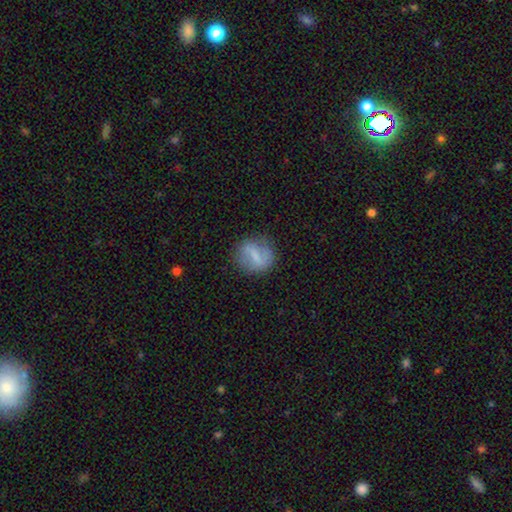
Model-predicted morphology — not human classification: A smooth galaxy with no disk features (46%).

Vote fractions:
- Smooth or featured? smooth: 46% / featured or disk: 45% / star or artifact: 8%
- Merging? none: 75% / minor disturbance: 17% / major disturbance: 7% / merger: 2%